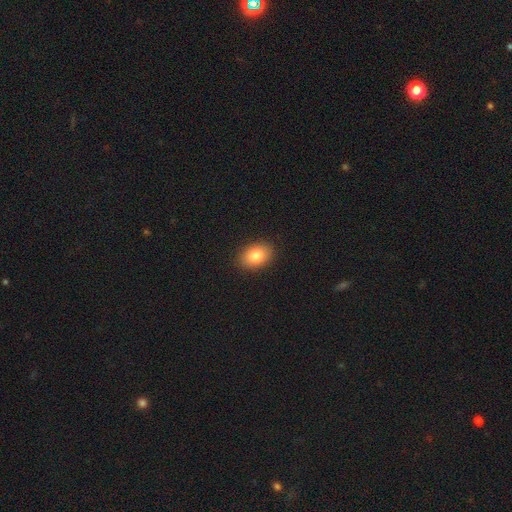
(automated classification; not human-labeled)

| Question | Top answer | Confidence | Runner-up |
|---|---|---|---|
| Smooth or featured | smooth | 83% | star or artifact (8%) |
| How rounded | in between | 76% | round (23%) |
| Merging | none | 89% | minor disturbance (8%) |